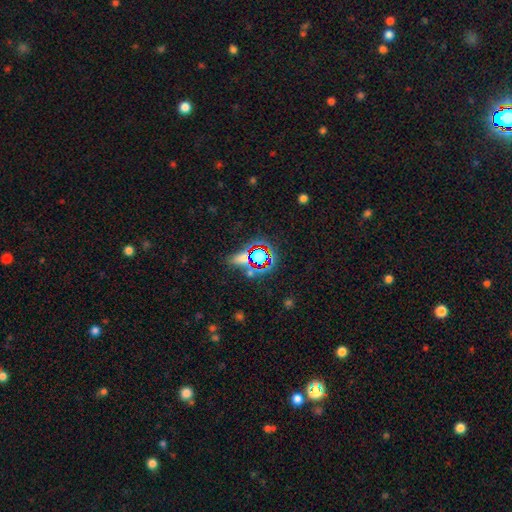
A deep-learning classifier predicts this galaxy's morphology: The model was most divided on "smooth or featured": star or artifact: 61%, smooth: 27%, featured or disk: 12%.